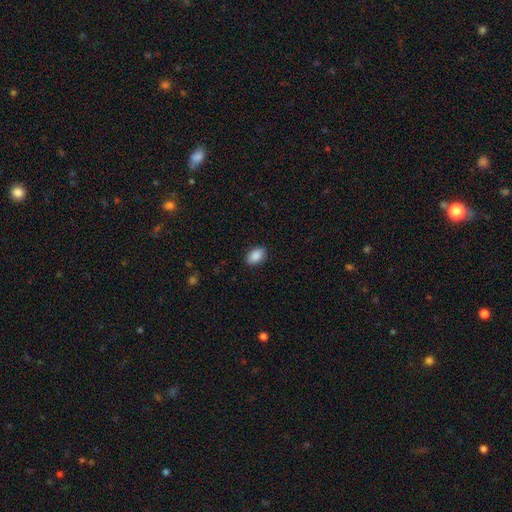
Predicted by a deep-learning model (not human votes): Smooth or featured: smooth — 89% (star or artifact — 7%)
How rounded: in between — 90% (round — 8%)
Merging: none — 88% (minor disturbance — 9%)